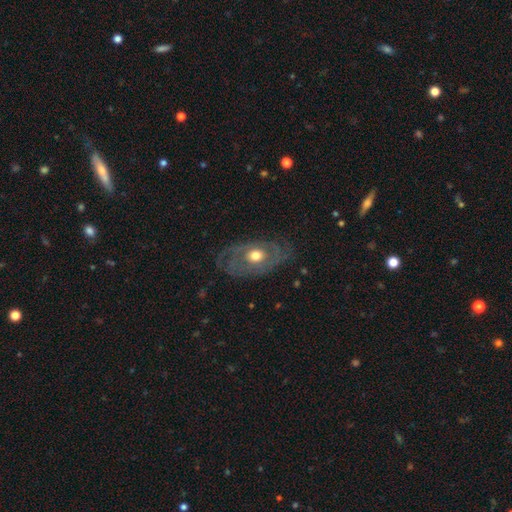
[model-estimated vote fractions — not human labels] Smooth or featured? featured or disk (70%)
Edge-on disk? no (92%)
Bar? no (84%)
Spiral arms? yes (58%)
Bulge size? moderate (76%)
Merging? none (70%)